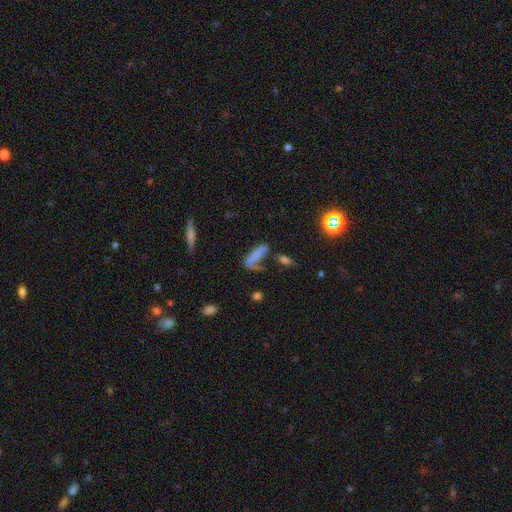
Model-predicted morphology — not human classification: The model was most divided on "merging": none: 38%, major disturbance: 28%, minor disturbance: 19%, merger: 15%. More confident: smooth or featured — smooth (65%); how rounded — cigar-shaped (62%).